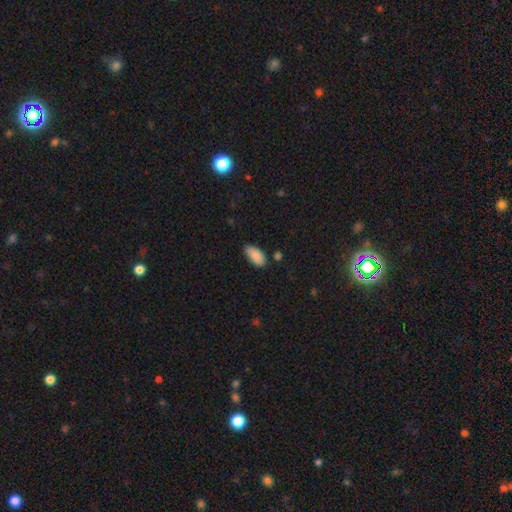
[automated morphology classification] Smooth or featured? smooth (89%)
How rounded? in between (93%)
Merging? none (80%)